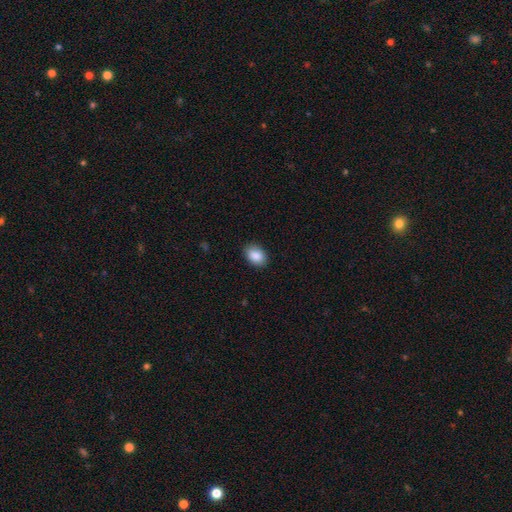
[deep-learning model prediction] Smooth or featured? smooth (89%)
How rounded? in between (82%)
Merging? none (87%)